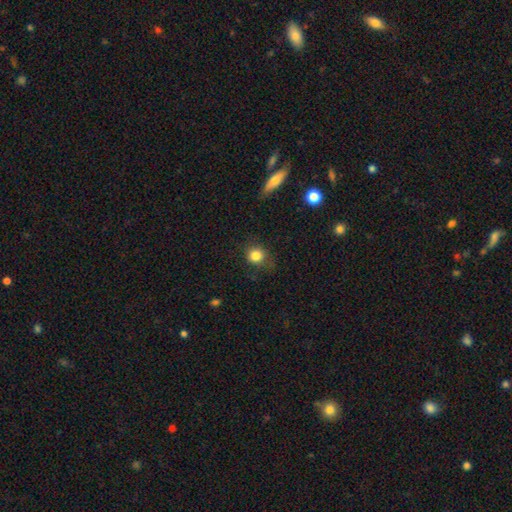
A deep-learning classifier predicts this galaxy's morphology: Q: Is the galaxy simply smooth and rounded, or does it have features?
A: smooth — 83%.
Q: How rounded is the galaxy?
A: round — 85%.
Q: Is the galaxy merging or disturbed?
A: none — 76%.